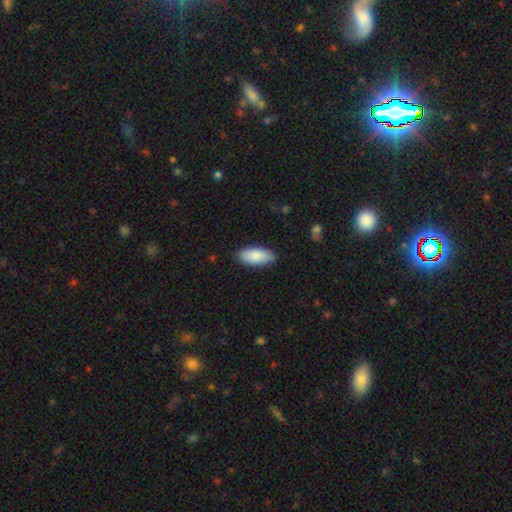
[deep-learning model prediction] smooth-or-featured: smooth: 87% | featured or disk: 8% | star or artifact: 5%
  how-rounded: in between: 87% | cigar-shaped: 11% | round: 2%
  merging: none: 86% | minor disturbance: 11% | major disturbance: 2% | merger: 1%